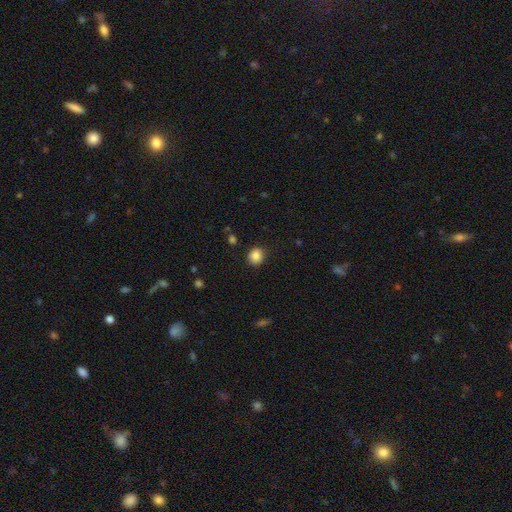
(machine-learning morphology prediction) Smooth or featured? smooth (86%)
How rounded? round (82%)
Merging? none (89%)